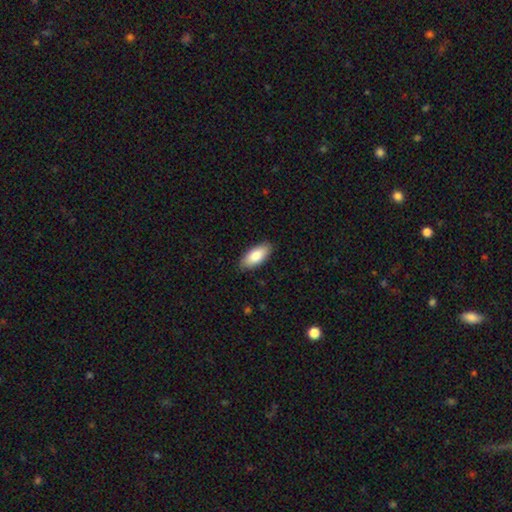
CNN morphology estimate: Q: Smooth or featured?
A: smooth (84%); runner-up: featured or disk (10%)
Q: How rounded?
A: in between (88%); runner-up: cigar-shaped (10%)
Q: Merging?
A: none (88%); runner-up: minor disturbance (9%)